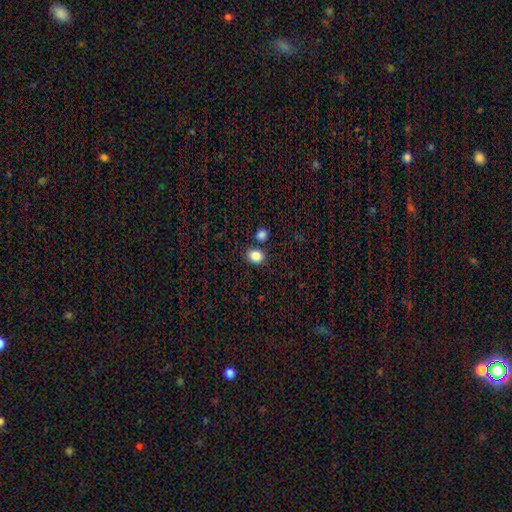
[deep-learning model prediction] smooth_or_featured: smooth (p=0.86) [alt: star or artifact p=0.10]
how_rounded: in between (p=0.56) [alt: round p=0.43]
merging: none (p=0.77) [alt: merger p=0.10]